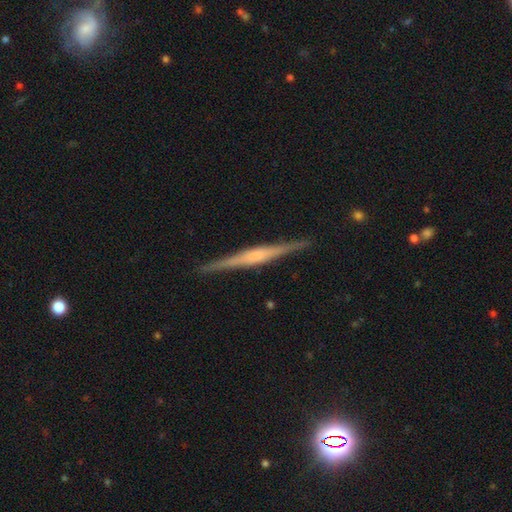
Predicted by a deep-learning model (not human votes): The model was most divided on "edge-on bulge": rounded: 53%, boxy: 31%, none: 16%. More confident: edge-on disk — yes (98%); merging — none (91%); smooth or featured — featured or disk (78%).